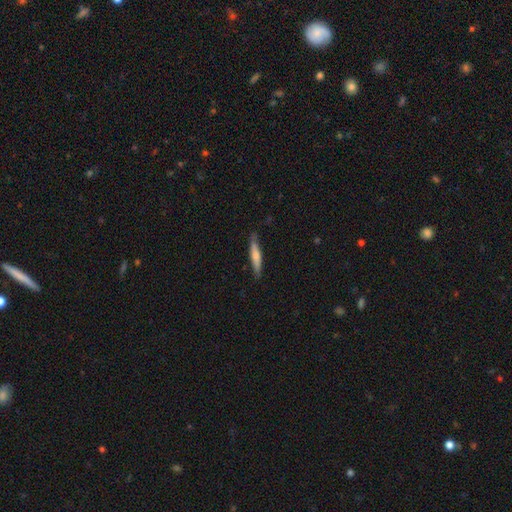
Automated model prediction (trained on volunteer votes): Smooth or featured?
  - smooth: 60% *
  - featured or disk: 35%
  - star or artifact: 5%
How rounded?
  - cigar-shaped: 90% *
  - in between: 9%
  - round: 1%
Merging?
  - none: 79% *
  - minor disturbance: 17%
  - major disturbance: 3%
  - merger: 1%